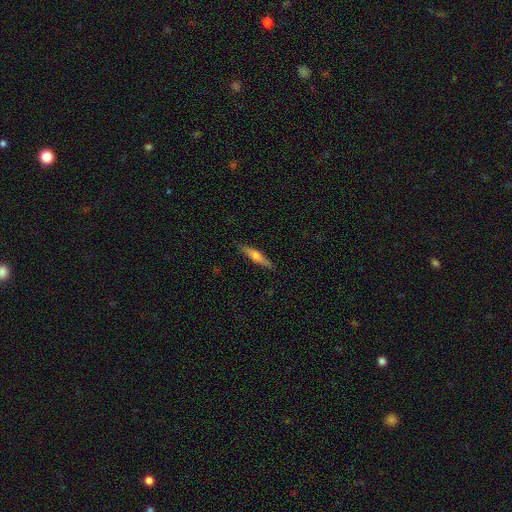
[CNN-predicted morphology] Q: Smooth or featured?
A: smooth (53%); runner-up: featured or disk (41%)
Q: How rounded?
A: cigar-shaped (86%); runner-up: in between (12%)
Q: Merging?
A: none (87%); runner-up: minor disturbance (10%)